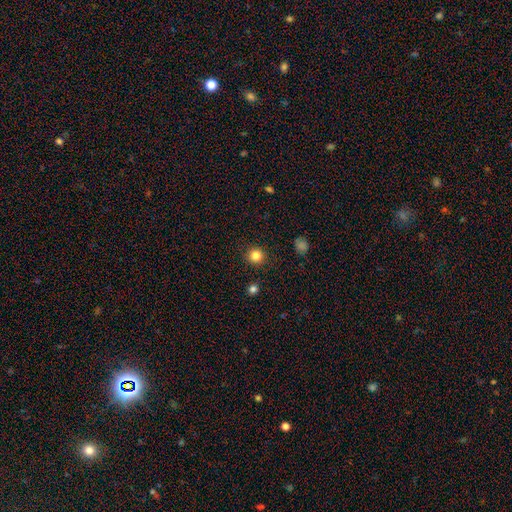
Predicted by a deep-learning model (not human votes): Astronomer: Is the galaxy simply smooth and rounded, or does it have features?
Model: smooth — 83%.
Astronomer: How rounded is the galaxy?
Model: round — 94%.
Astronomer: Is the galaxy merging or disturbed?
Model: none — 92%.